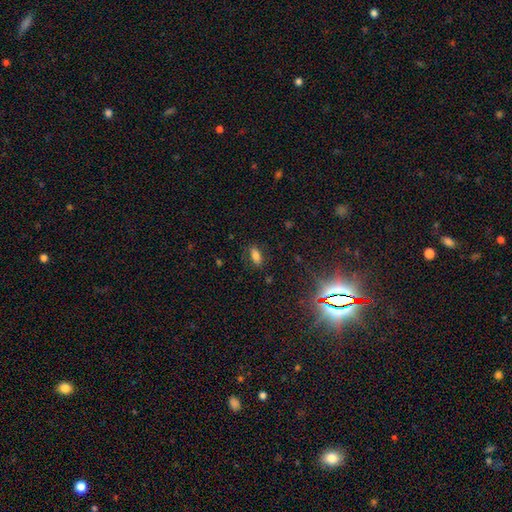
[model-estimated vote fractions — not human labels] smooth_or_featured: smooth (p=0.76) [alt: star or artifact p=0.16]
how_rounded: in between (p=0.85) [alt: cigar-shaped p=0.10]
merging: none (p=0.80) [alt: minor disturbance p=0.14]